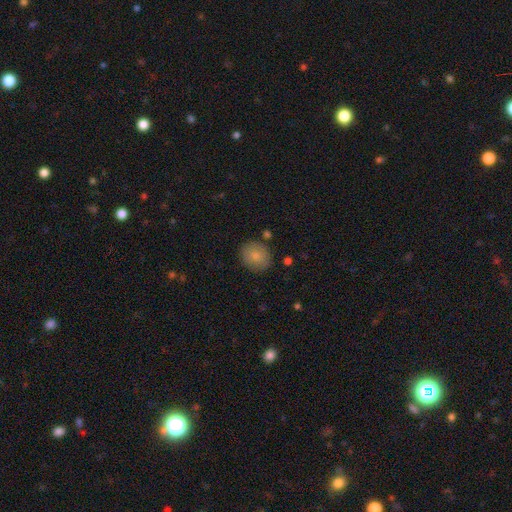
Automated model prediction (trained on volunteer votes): This is clearly a smooth galaxy (83%). How rounded: likely round (77%). Merging: clearly none (83%).